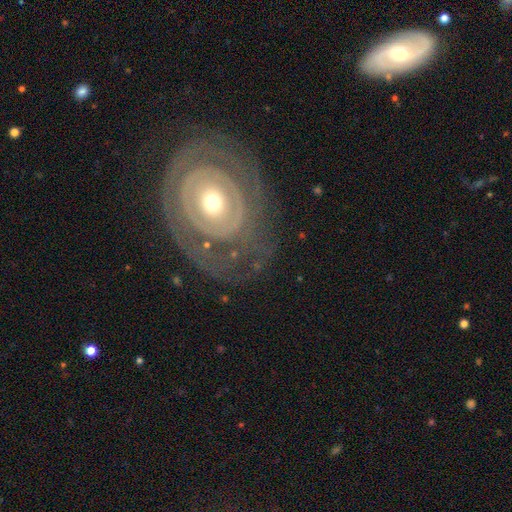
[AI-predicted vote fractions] Q: Smooth or featured?
A: featured or disk (80%); runner-up: smooth (14%)
Q: Edge-on disk?
A: no (95%); runner-up: yes (5%)
Q: Bar?
A: no (76%); runner-up: weak (17%)
Q: Spiral arms?
A: yes (72%); runner-up: no (28%)
Q: Spiral winding?
A: tight (80%); runner-up: medium (14%)
Q: Spiral arm count?
A: can't tell (44%); runner-up: 2 (22%)
Q: Bulge size?
A: moderate (60%); runner-up: small (31%)
Q: Merging?
A: none (76%); runner-up: minor disturbance (13%)